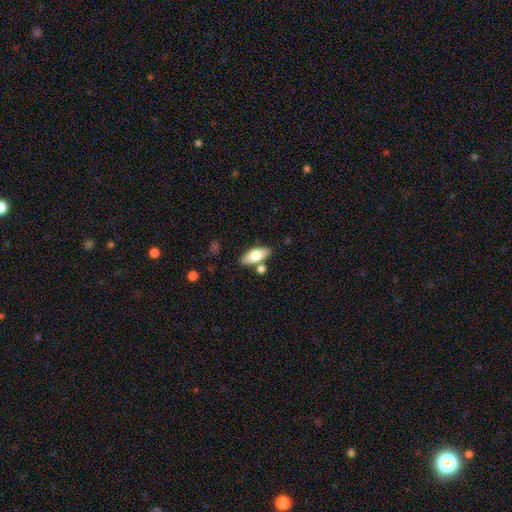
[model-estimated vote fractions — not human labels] Smooth or featured? smooth (70%)
How rounded? in between (81%)
Merging? none (77%)